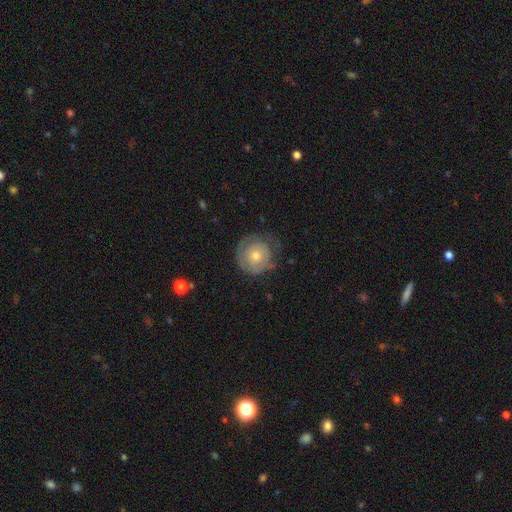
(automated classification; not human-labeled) This is possibly a smooth galaxy (51%). How rounded: clearly round (92%). Merging: likely none (62%).